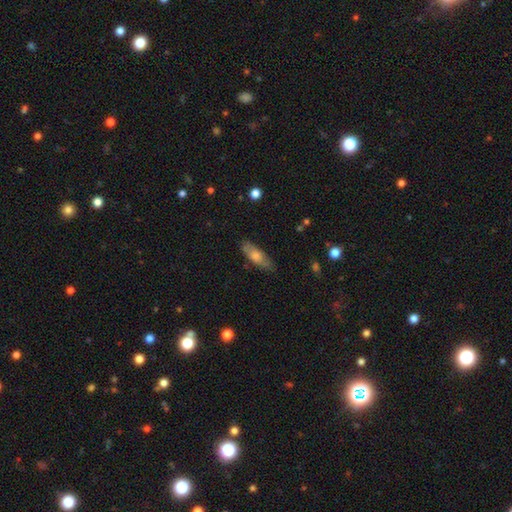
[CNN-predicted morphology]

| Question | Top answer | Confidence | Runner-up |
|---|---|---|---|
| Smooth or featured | smooth | 64% | featured or disk (29%) |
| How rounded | in between | 61% | cigar-shaped (36%) |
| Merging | none | 76% | minor disturbance (18%) |